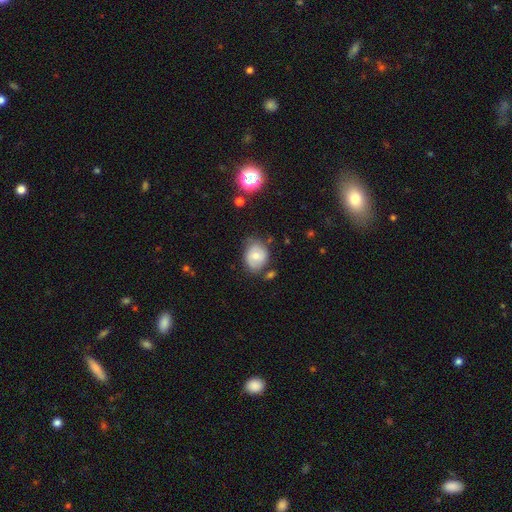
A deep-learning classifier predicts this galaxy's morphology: This appears to be a smooth galaxy with no disk features (56%) that is round (50%). Merging: none (61%).